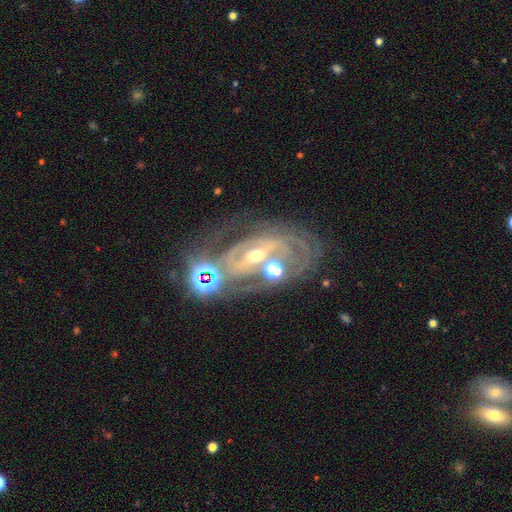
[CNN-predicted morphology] This is clearly a featured or disk galaxy (81%). It is clearly not viewed edge-on (95%). Bar: marginally strong (42%). Spiral arm pattern: clearly yes (84%). Spiral arm count: marginally 2 (41%). Spiral winding: possibly tight (56%). Central bulge: possibly moderate (56%). Merging: possibly none (51%).